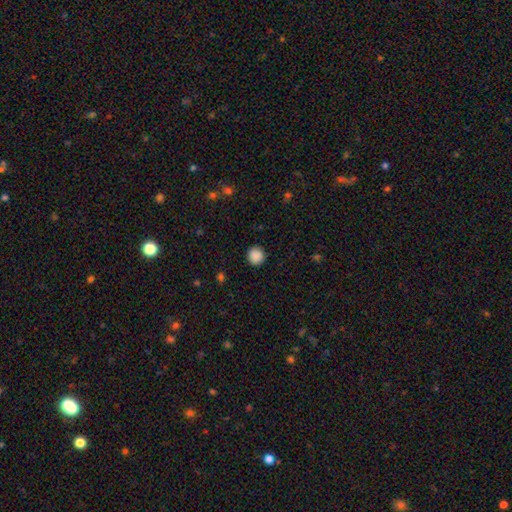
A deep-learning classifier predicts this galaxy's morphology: A smooth galaxy with no disk features (89%) that is round (92%).

Vote fractions:
- Smooth or featured? smooth: 89% / star or artifact: 9% / featured or disk: 2%
- How rounded? round: 92% / in between: 7% / cigar-shaped: 1%
- Merging? none: 91% / minor disturbance: 6% / major disturbance: 2% / merger: 1%